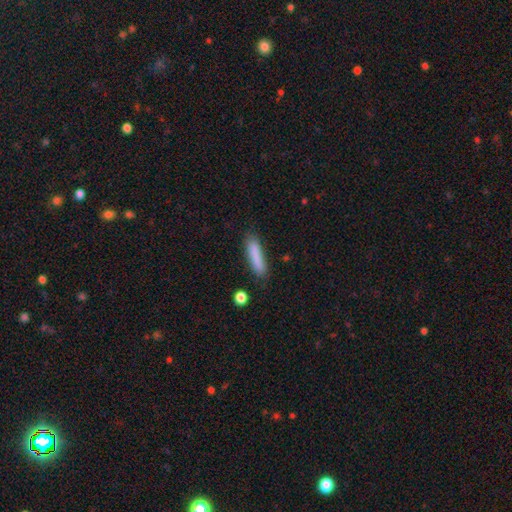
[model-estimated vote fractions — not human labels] Smooth or featured?
  - smooth: 84% *
  - featured or disk: 9%
  - star or artifact: 7%
How rounded?
  - cigar-shaped: 81% *
  - in between: 17%
  - round: 2%
Merging?
  - none: 77% *
  - minor disturbance: 16%
  - major disturbance: 4%
  - merger: 3%